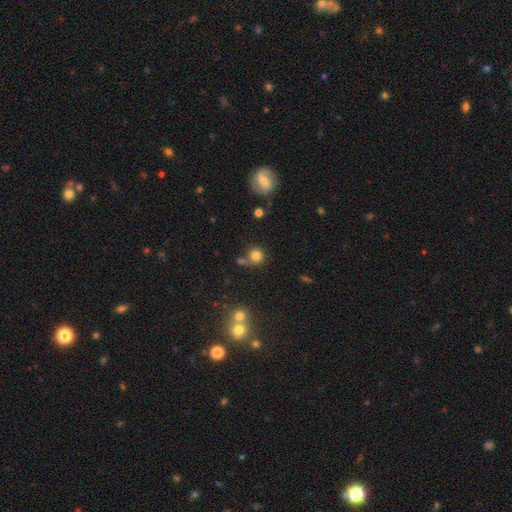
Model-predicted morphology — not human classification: Overall: smooth (79%). How rounded: round (89%). Merging: none (63%).